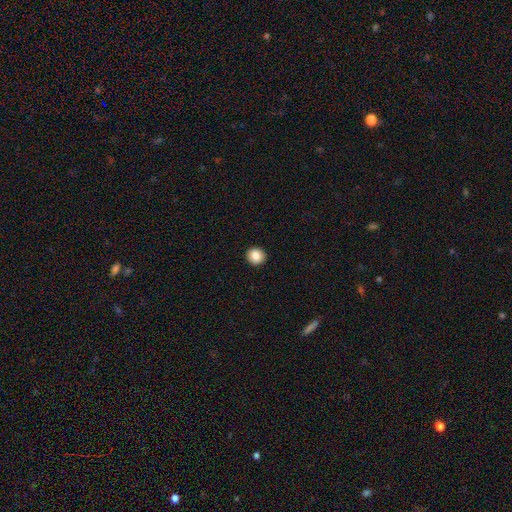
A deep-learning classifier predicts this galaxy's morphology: smooth 87%, star or artifact 9%, featured or disk 4%. Down the decision tree: how rounded — round (90%); merging — none (93%).